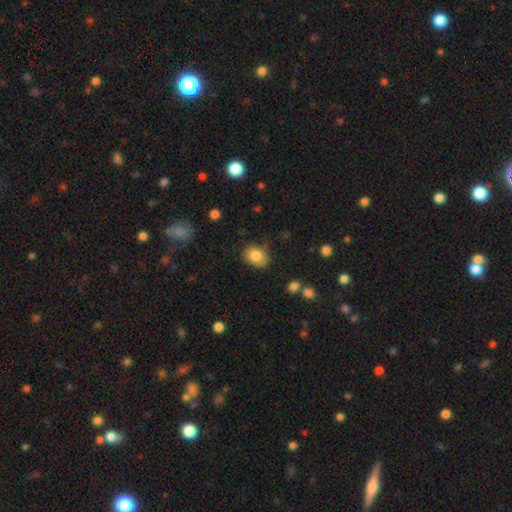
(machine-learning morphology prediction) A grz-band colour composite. It shows a smooth galaxy with no disk features (81%) that is in between round and cigar-shaped (62%). Merging: none (75%).